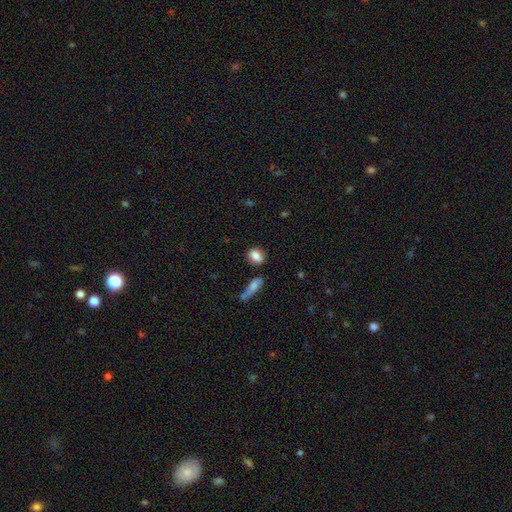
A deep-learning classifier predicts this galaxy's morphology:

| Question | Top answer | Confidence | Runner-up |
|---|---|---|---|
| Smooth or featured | smooth | 84% | star or artifact (8%) |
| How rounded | in between | 60% | round (36%) |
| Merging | none | 75% | minor disturbance (14%) |